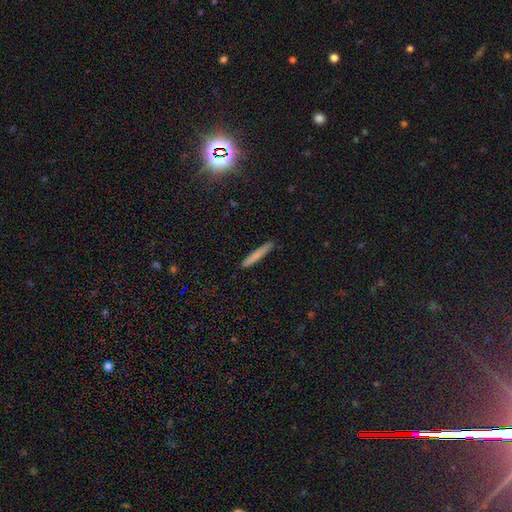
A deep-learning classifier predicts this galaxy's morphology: The model was most divided on "smooth or featured": smooth: 75%, featured or disk: 18%, star or artifact: 7%. More confident: how rounded — cigar-shaped (96%); merging — none (90%).